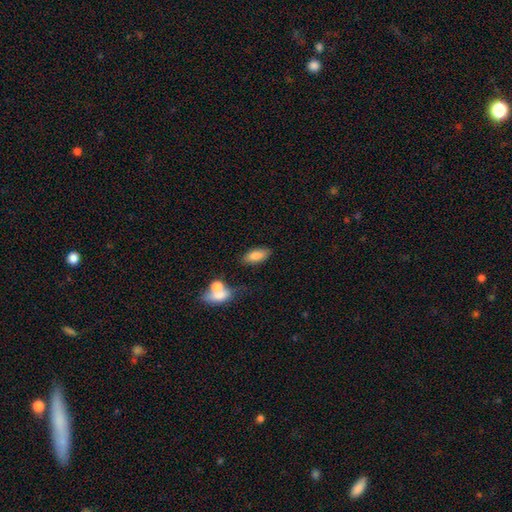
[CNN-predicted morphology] Q: Smooth or featured?
A: smooth (82%); runner-up: featured or disk (9%)
Q: How rounded?
A: in between (87%); runner-up: cigar-shaped (10%)
Q: Merging?
A: none (76%); runner-up: minor disturbance (13%)